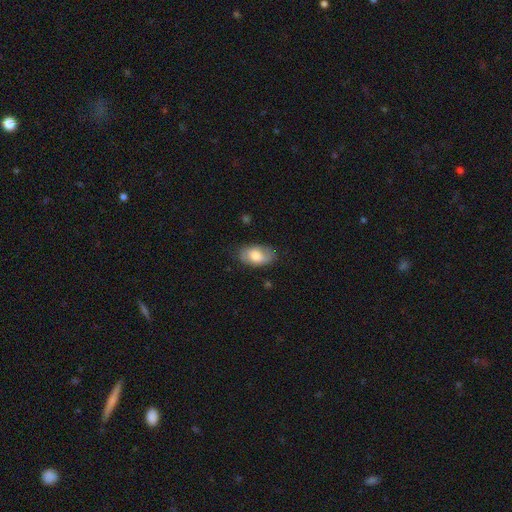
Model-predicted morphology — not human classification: The model was most divided on "smooth or featured": smooth: 68%, featured or disk: 25%, star or artifact: 6%. More confident: how rounded — in between (93%); merging — none (75%).